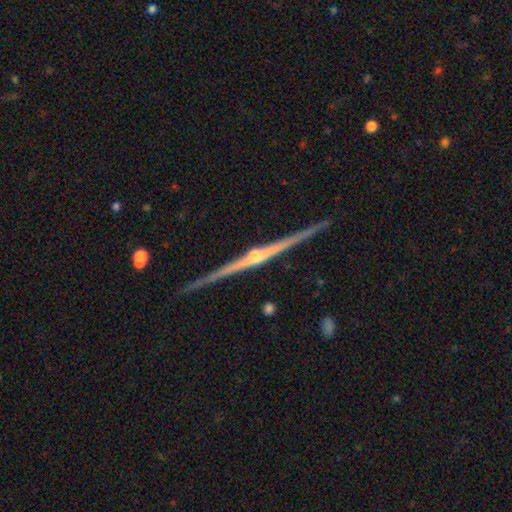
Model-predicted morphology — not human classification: Smooth or featured? featured or disk (88%)
Edge-on disk? yes (98%)
Edge-on bulge? rounded (91%)
Merging? none (85%)